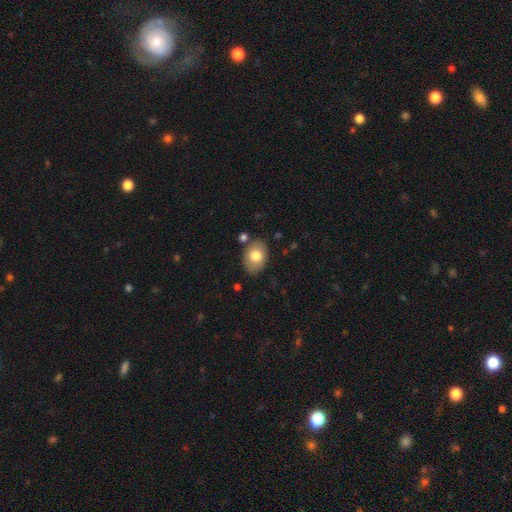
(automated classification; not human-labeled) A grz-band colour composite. It shows a smooth galaxy with no disk features (77%) that is in between round and cigar-shaped (78%). Merging: none (80%).